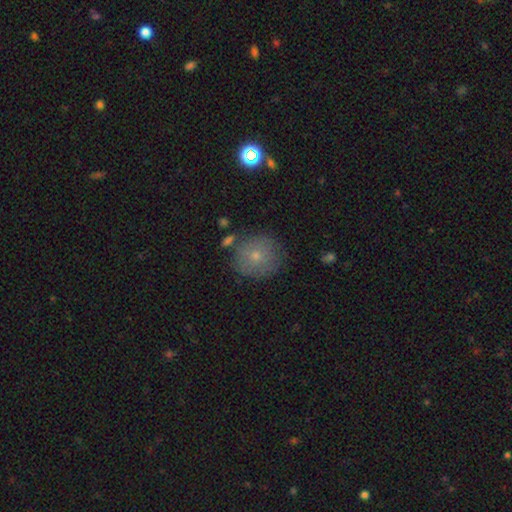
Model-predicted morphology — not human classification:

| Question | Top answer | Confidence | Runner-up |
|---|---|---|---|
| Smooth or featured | smooth | 69% | featured or disk (20%) |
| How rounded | round | 90% | in between (9%) |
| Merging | none | 77% | minor disturbance (15%) |